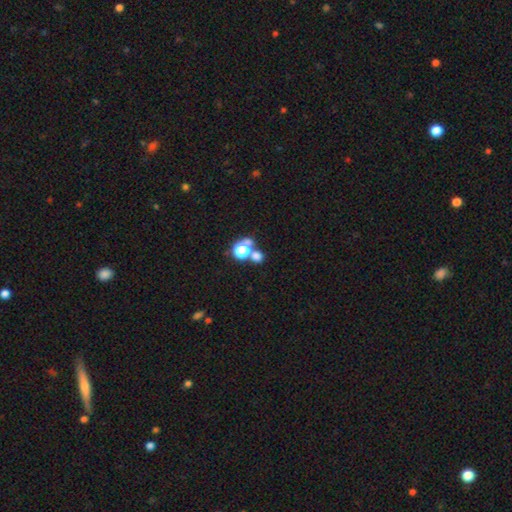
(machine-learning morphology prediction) A smooth galaxy with no disk features (66%) that is round (82%). Merging: none (56%).